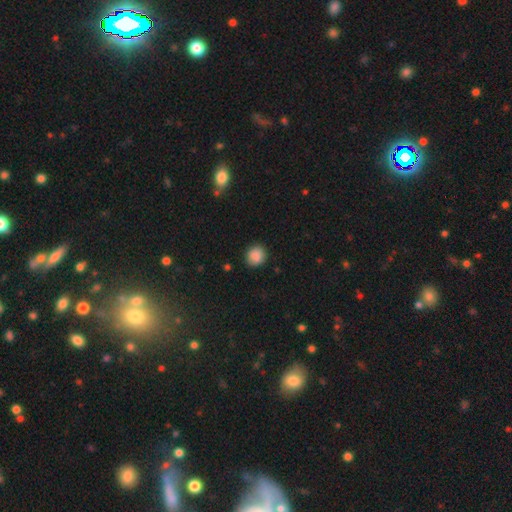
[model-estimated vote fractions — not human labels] Smooth or featured? smooth (87%)
How rounded? round (82%)
Merging? none (86%)